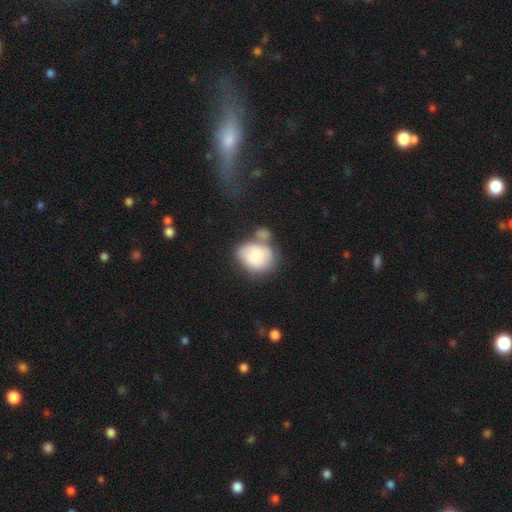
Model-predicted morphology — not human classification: smooth_or_featured: smooth (p=0.72) [alt: featured or disk p=0.21]
how_rounded: round (p=0.52) [alt: in between p=0.47]
merging: merger (p=0.37) [alt: none p=0.33]